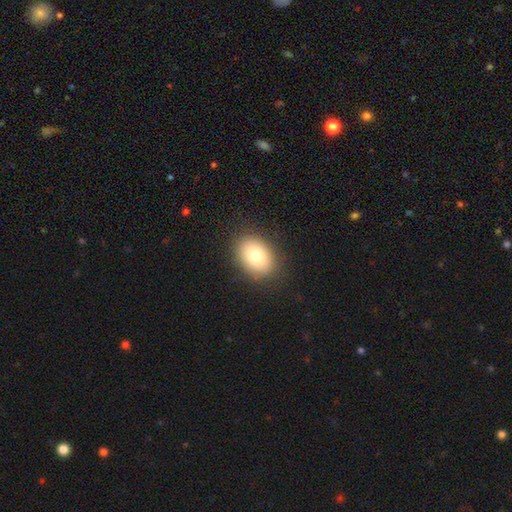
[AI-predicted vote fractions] smooth_or_featured: smooth (p=0.80) [alt: featured or disk p=0.11]
how_rounded: in between (p=0.71) [alt: round p=0.28]
merging: none (p=0.87) [alt: minor disturbance p=0.09]